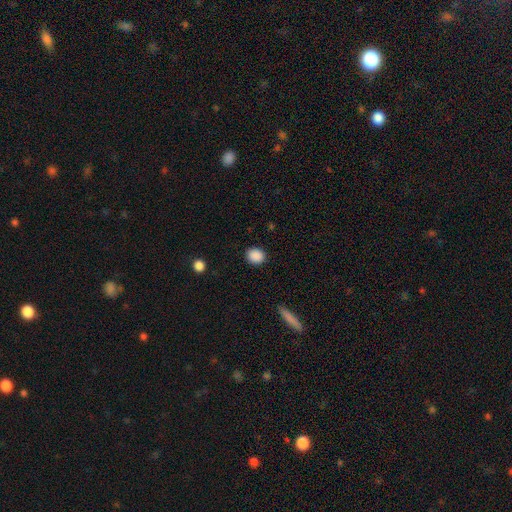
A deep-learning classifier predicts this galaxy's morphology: Q: Smooth or featured?
A: smooth (89%); runner-up: star or artifact (9%)
Q: How rounded?
A: round (70%); runner-up: in between (29%)
Q: Merging?
A: none (90%); runner-up: minor disturbance (7%)